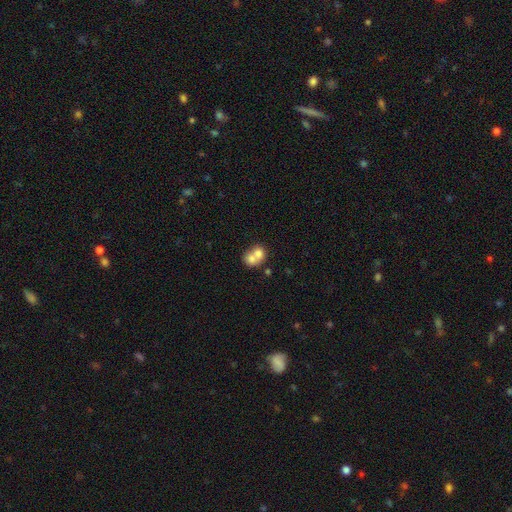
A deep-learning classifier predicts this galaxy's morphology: Smooth or featured? smooth (70%)
How rounded? round (65%)
Merging? merger (71%)